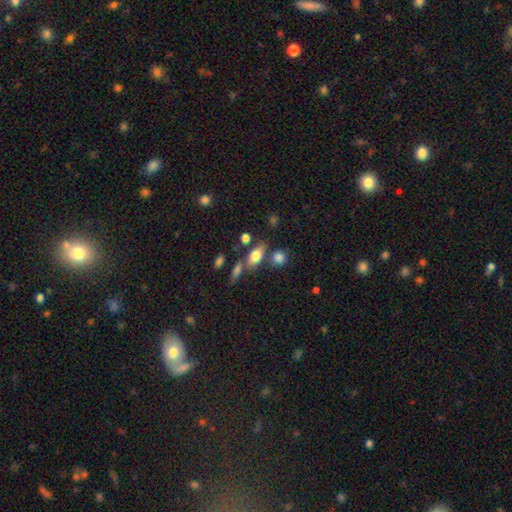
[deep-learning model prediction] Smooth or featured? smooth (69%)
How rounded? in between (75%)
Merging? none (66%)